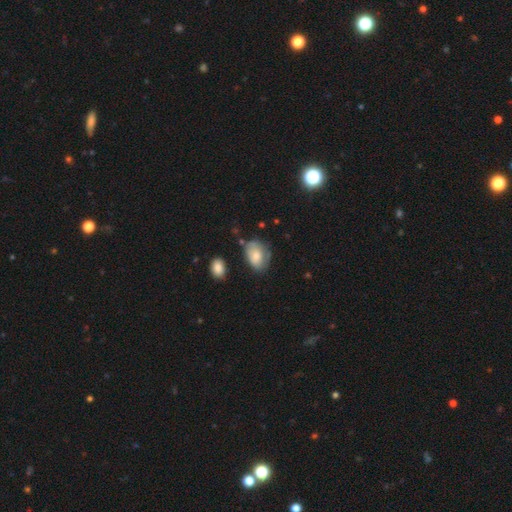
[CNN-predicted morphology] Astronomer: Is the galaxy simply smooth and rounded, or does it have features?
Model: smooth — 68%.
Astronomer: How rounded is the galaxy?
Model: in between — 79%.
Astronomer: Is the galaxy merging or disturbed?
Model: none — 51% (runner-up: minor disturbance, 32%).